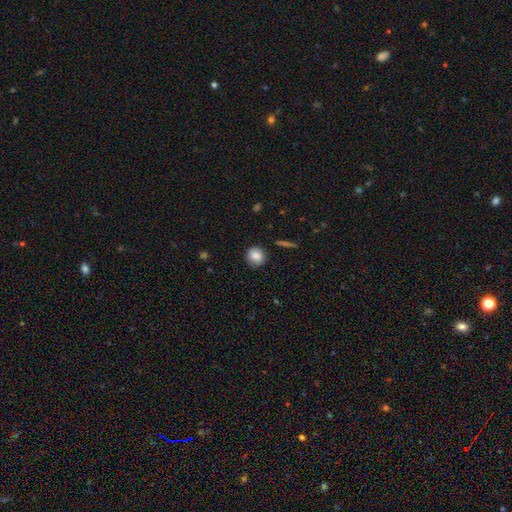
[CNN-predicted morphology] This is clearly a smooth galaxy (84%). How rounded: clearly round (86%). Merging: clearly none (87%).